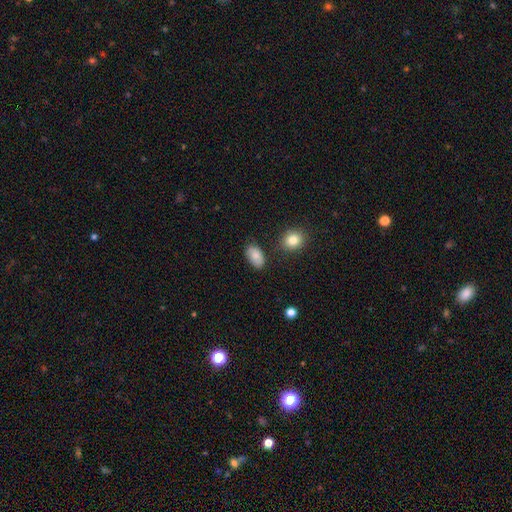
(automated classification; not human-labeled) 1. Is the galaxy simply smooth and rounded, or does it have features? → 84% smooth, 8% featured or disk, 8% star or artifact.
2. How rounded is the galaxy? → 92% in between, 7% round, 2% cigar-shaped.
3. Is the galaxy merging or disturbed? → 78% none, 15% minor disturbance, 4% merger, 3% major disturbance.